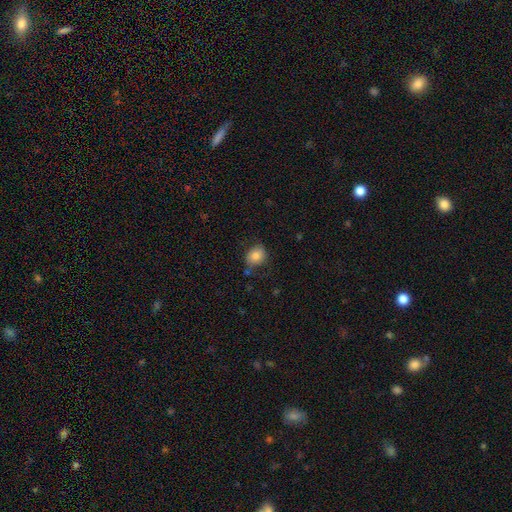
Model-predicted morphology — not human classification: type=smooth (82%); roundness=round (58%); merging=none (73%).